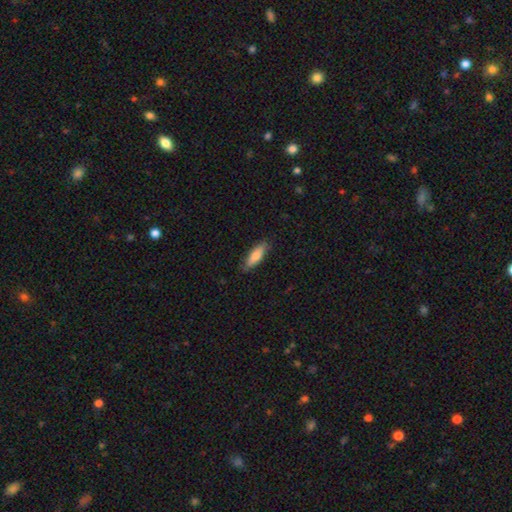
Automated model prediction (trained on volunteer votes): A smooth galaxy with no disk features (78%) that is cigar-shaped (51%).

Vote fractions:
- Smooth or featured? smooth: 78% / featured or disk: 17% / star or artifact: 6%
- How rounded? cigar-shaped: 51% / in between: 48% / round: 2%
- Merging? none: 84% / minor disturbance: 12% / major disturbance: 2% / merger: 1%